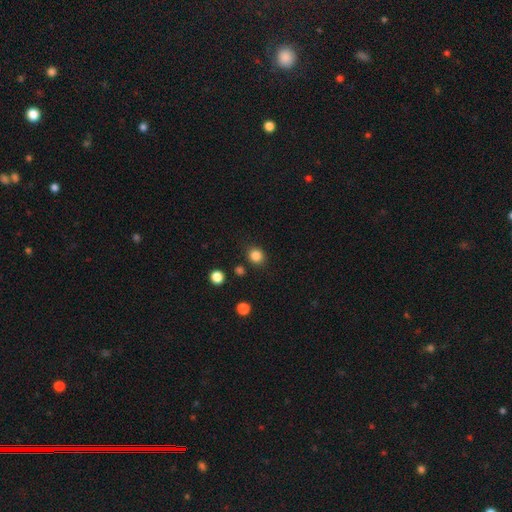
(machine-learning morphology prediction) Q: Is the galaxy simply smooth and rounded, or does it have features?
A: smooth — 84%.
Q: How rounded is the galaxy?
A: round — 79%.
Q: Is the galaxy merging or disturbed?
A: none — 86%.